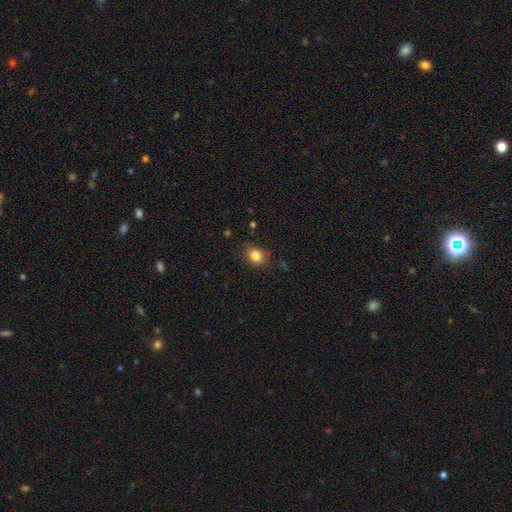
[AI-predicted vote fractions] smooth 83%, star or artifact 11%, featured or disk 6%. Down the decision tree: how rounded — round (55%); merging — none (83%).